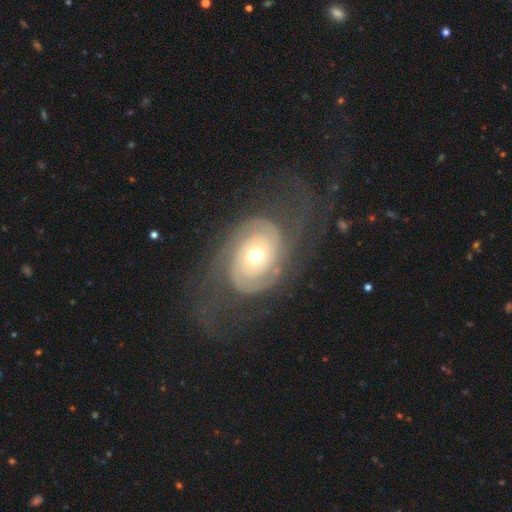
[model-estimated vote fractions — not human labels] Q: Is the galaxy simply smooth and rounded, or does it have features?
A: featured or disk — 84%.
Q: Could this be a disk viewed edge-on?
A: no — 97%.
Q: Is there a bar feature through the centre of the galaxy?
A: no — 80%.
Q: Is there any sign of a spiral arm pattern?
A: yes — 93%.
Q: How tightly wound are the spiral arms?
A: tight — 60%.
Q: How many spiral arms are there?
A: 2 — 75%.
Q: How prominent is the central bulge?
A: moderate — 71%.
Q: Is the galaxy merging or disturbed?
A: none — 66%.